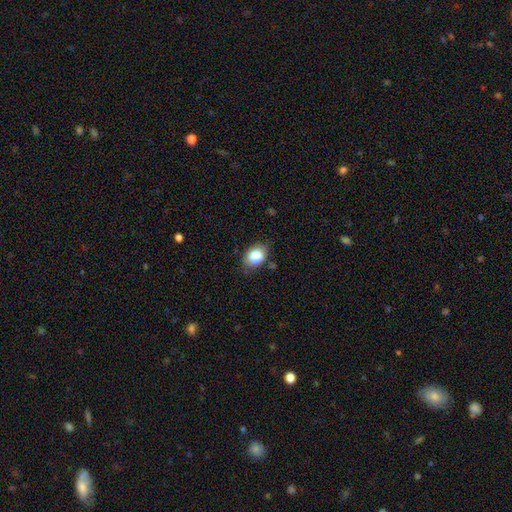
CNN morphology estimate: Q: Smooth or featured?
A: smooth (82%); runner-up: featured or disk (10%)
Q: How rounded?
A: in between (66%); runner-up: round (33%)
Q: Merging?
A: none (79%); runner-up: minor disturbance (16%)